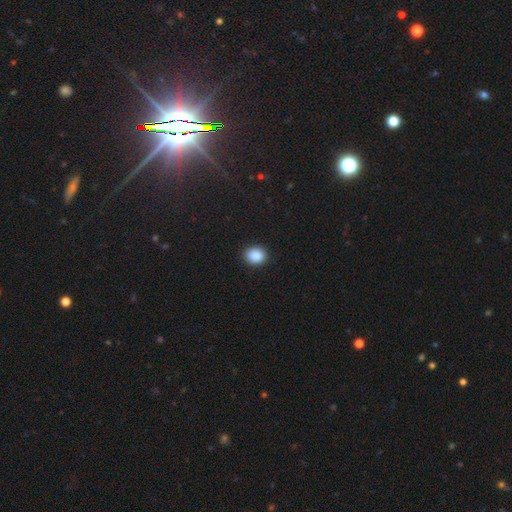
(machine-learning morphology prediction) The model was most divided on "how rounded": round: 66%, in between: 33%, cigar-shaped: 1%. More confident: merging — none (91%); smooth or featured — smooth (88%).